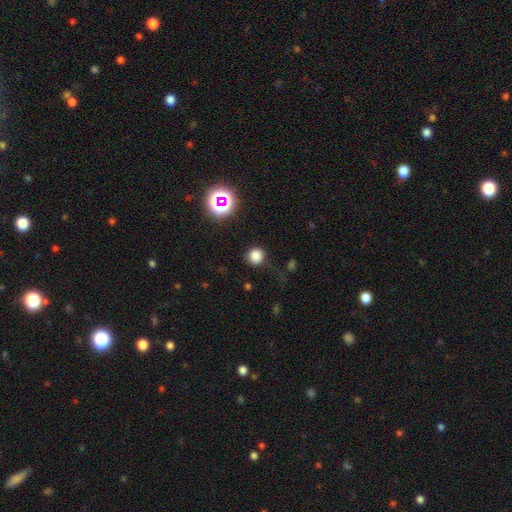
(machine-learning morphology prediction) type=smooth (77%); roundness=round (90%); merging=none (82%).